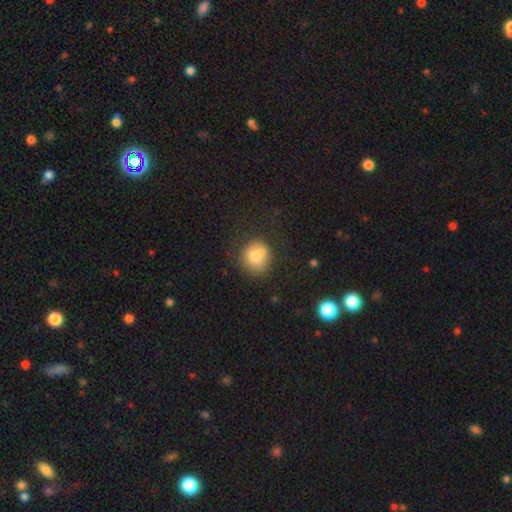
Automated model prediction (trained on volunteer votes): smooth 72%, featured or disk 17%, star or artifact 10%. Down the decision tree: how rounded — round (85%); merging — none (58%).